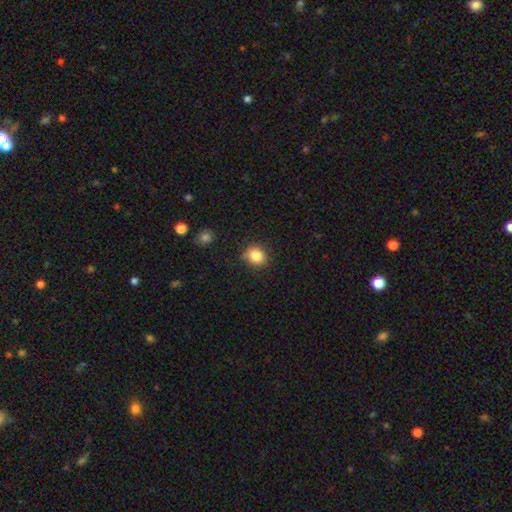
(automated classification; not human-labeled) A smooth galaxy with no disk features (84%) that is round (71%). Merging: none (81%).